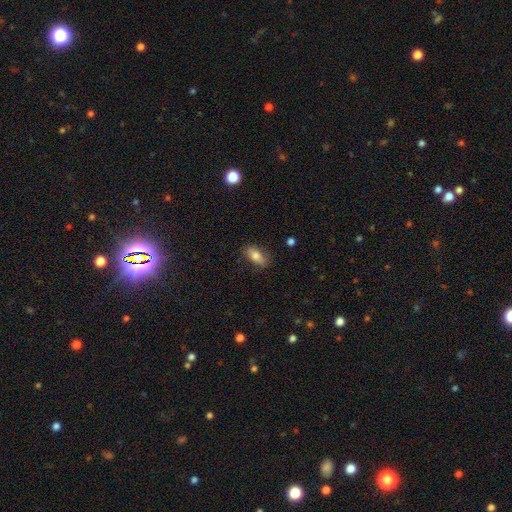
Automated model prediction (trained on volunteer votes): A smooth galaxy with no disk features (77%) that is in between round and cigar-shaped (84%). Merging: none (82%).